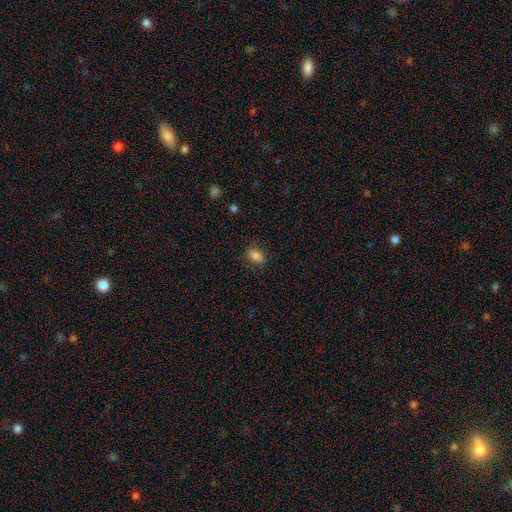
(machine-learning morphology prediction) smooth_or_featured: smooth (p=0.86) [alt: star or artifact p=0.09]
how_rounded: in between (p=0.86) [alt: round p=0.11]
merging: none (p=0.83) [alt: minor disturbance p=0.13]